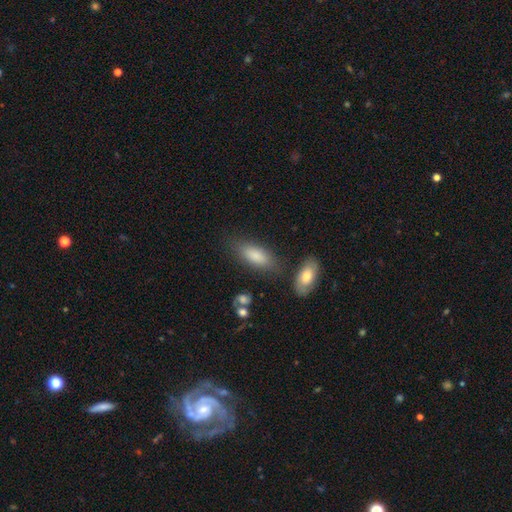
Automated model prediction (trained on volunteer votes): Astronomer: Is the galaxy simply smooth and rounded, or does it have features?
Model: smooth — 84%.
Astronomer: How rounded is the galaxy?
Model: in between — 81%.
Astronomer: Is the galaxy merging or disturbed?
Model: none — 71%.